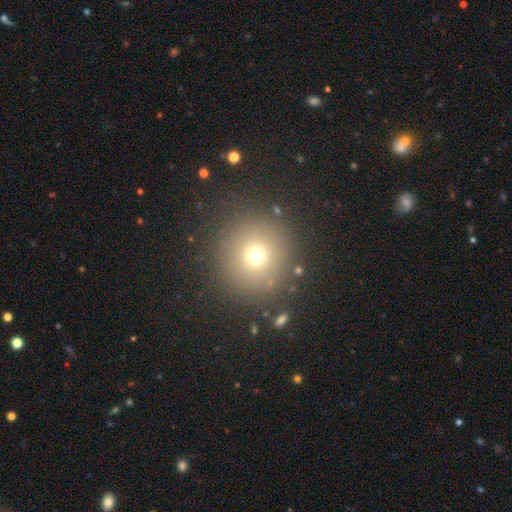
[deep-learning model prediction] Smooth or featured? Predicted: smooth (p=0.70). How rounded? Predicted: round (p=0.95). Merging? Predicted: none (p=0.87).